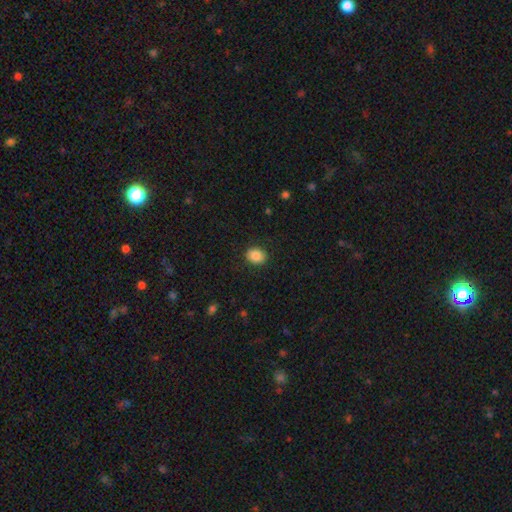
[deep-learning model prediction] Smooth or featured? smooth (86%)
How rounded? round (55%)
Merging? none (88%)